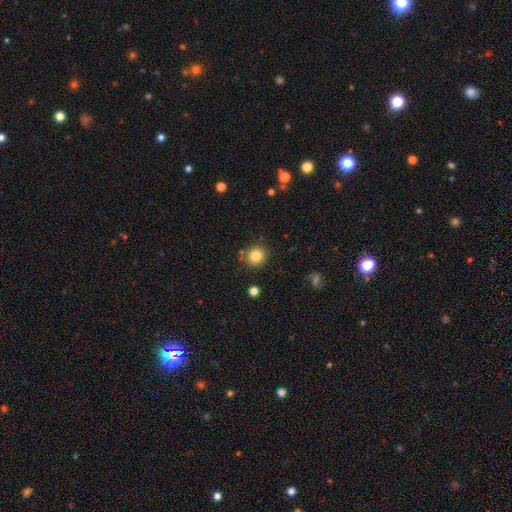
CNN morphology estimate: Smooth or featured?
  - smooth: 83% *
  - star or artifact: 11%
  - featured or disk: 6%
How rounded?
  - round: 90% *
  - in between: 10%
  - cigar-shaped: 1%
Merging?
  - none: 82% *
  - minor disturbance: 10%
  - merger: 5%
  - major disturbance: 3%